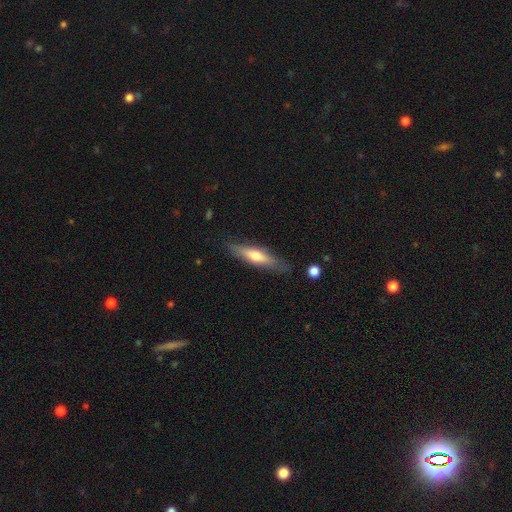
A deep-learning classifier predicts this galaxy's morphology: A smooth galaxy with no disk features (54%) that is cigar-shaped (75%). Merging: none (81%).